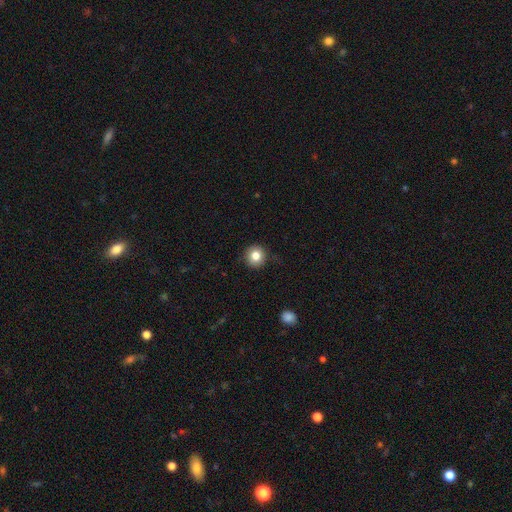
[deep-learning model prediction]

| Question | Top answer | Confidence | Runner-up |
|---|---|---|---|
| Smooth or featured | smooth | 82% | star or artifact (11%) |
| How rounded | round | 94% | in between (5%) |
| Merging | none | 88% | minor disturbance (8%) |